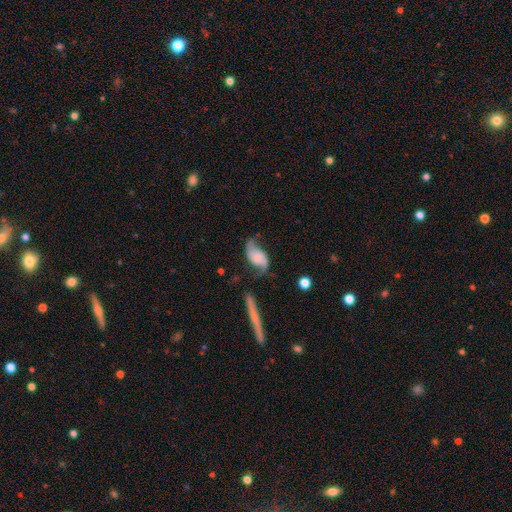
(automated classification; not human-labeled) smooth_or_featured: featured or disk (p=0.78) [alt: smooth p=0.16]
disk_edge_on: no (p=0.96) [alt: yes p=0.04]
bar: no (p=0.64) [alt: weak p=0.27]
has_spiral_arms: yes (p=0.95) [alt: no p=0.05]
spiral_winding: loose (p=0.70) [alt: medium p=0.24]
spiral_arm_count: 2 (p=0.92) [alt: 1 p=0.03]
bulge_size: none (p=0.52) [alt: small p=0.20]
merging: none (p=0.58) [alt: minor disturbance p=0.23]